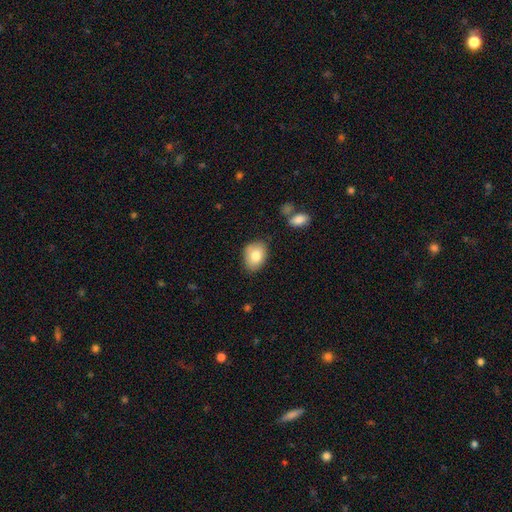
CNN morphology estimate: type=smooth (81%); roundness=in between (72%); merging=none (77%).